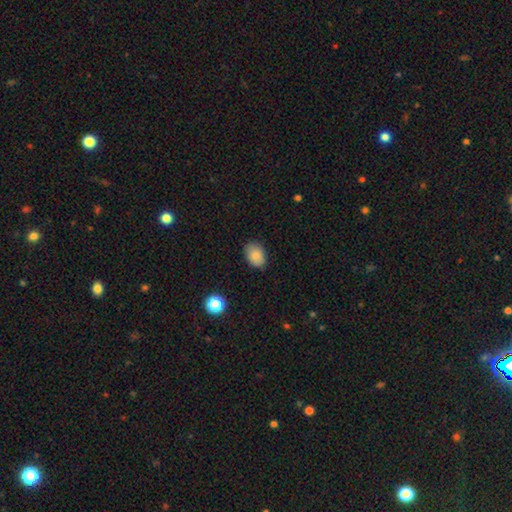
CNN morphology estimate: Smooth or featured? Predicted: smooth (p=0.84). How rounded? Predicted: in between (p=0.79). Merging? Predicted: none (p=0.82).